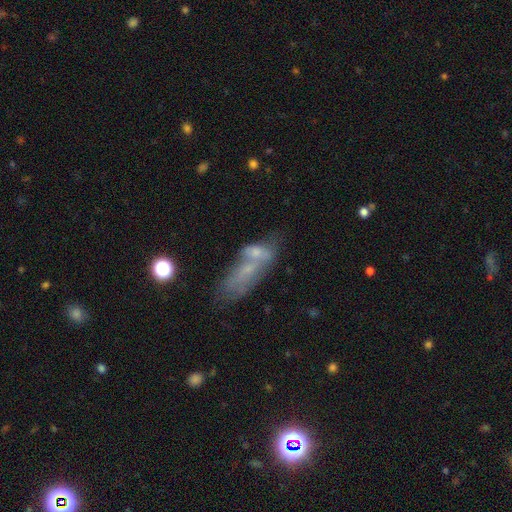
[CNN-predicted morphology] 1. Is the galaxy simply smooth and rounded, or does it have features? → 50% smooth, 39% featured or disk, 12% star or artifact.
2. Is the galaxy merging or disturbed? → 54% merger, 20% none, 13% major disturbance, 13% minor disturbance.